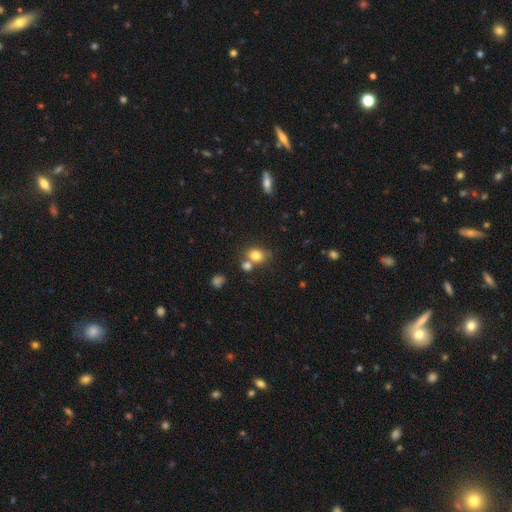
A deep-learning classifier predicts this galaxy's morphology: Overall: smooth (78%). How rounded: round (50%; in between 49%). Merging: none (53%; merger 30%).